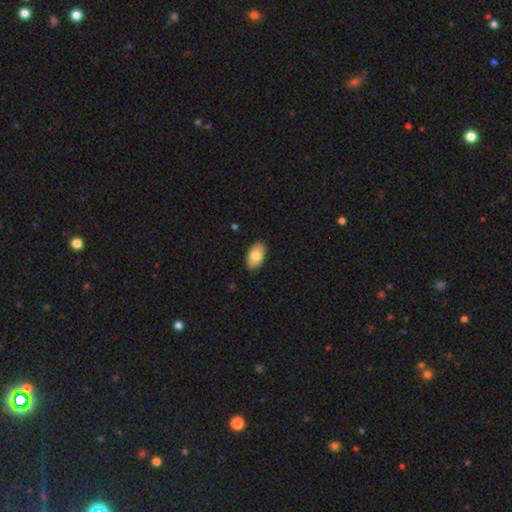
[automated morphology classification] Overall: smooth (81%). How rounded: in between (94%). Merging: none (88%).